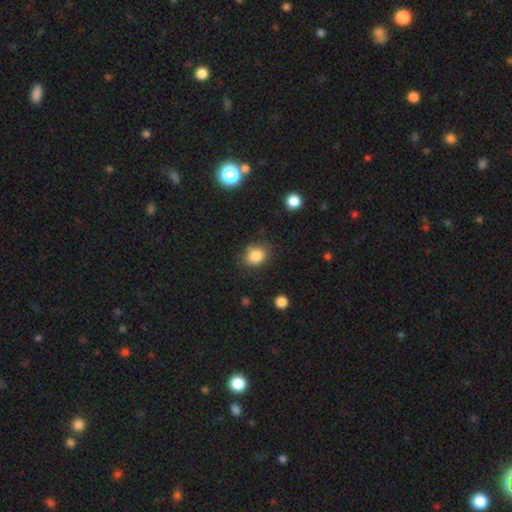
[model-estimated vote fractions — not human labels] Q: Smooth or featured?
A: smooth (85%); runner-up: star or artifact (10%)
Q: How rounded?
A: round (58%); runner-up: in between (41%)
Q: Merging?
A: none (79%); runner-up: minor disturbance (15%)